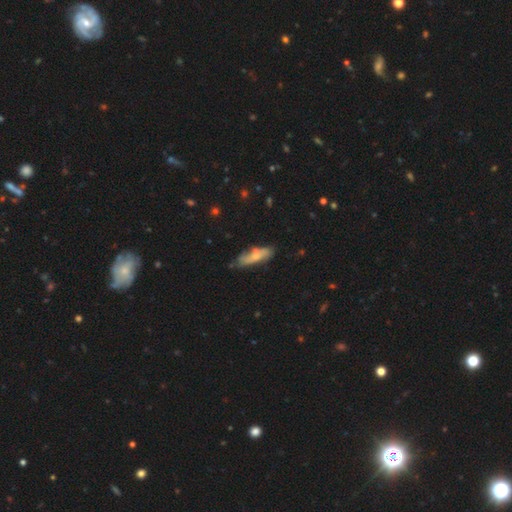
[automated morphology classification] Smooth or featured? Predicted: smooth (p=0.66). How rounded? Predicted: cigar-shaped (p=0.54). Merging? Predicted: none (p=0.66).